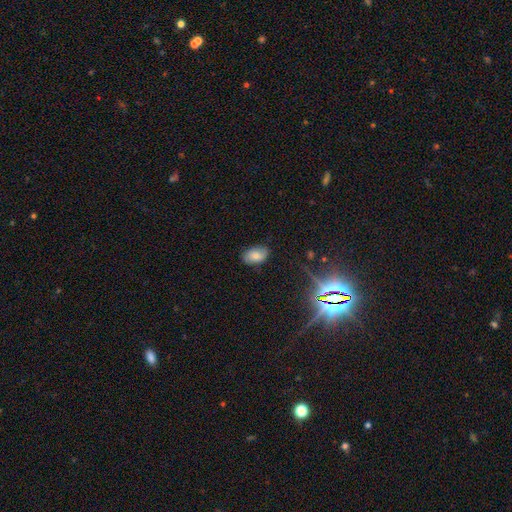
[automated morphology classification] Smooth or featured? Predicted: smooth (p=0.74). How rounded? Predicted: in between (p=0.91). Merging? Predicted: none (p=0.76).